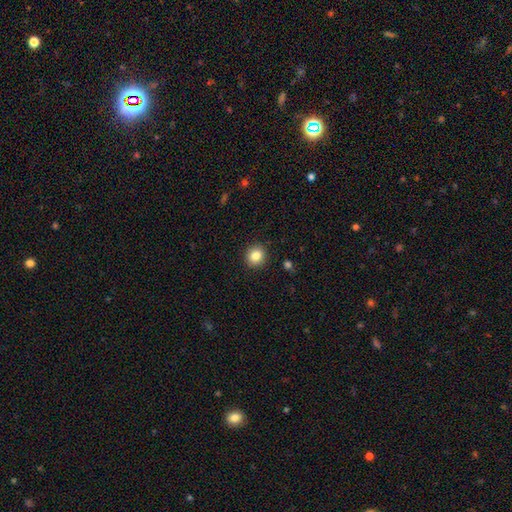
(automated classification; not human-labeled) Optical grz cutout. It shows a smooth galaxy with no disk features (84%) that is round (86%). Merging: none (91%).